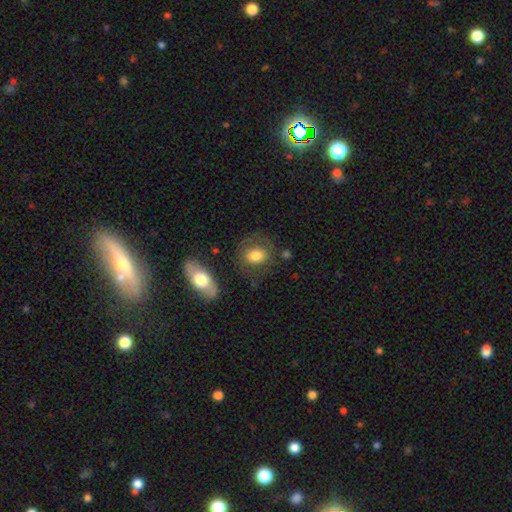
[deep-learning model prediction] This appears to be a smooth galaxy with no disk features (72%) that is round (56%). Merging: none (71%).